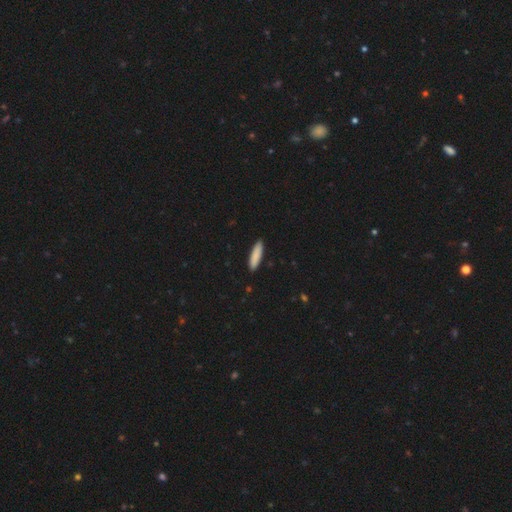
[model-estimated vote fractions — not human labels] Overall: smooth (87%). How rounded: cigar-shaped (71%). Merging: none (90%).